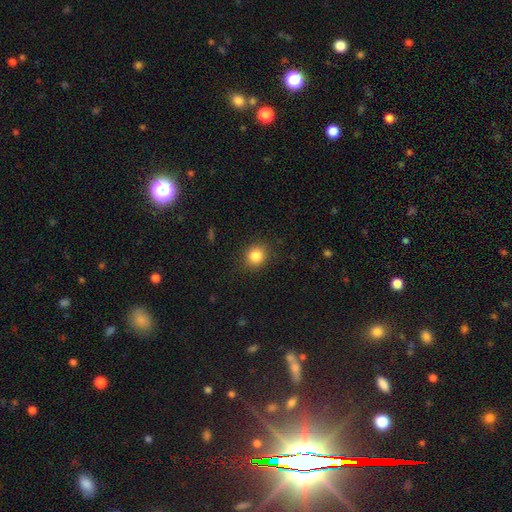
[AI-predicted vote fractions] smooth_or_featured: smooth (p=0.84) [alt: star or artifact p=0.10]
how_rounded: round (p=0.77) [alt: in between p=0.22]
merging: none (p=0.86) [alt: minor disturbance p=0.10]